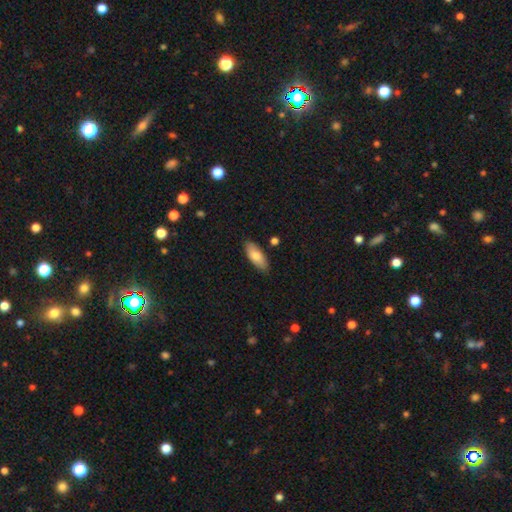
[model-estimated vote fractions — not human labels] This is likely a smooth galaxy (79%). How rounded: likely in between (76%). Merging: clearly none (85%).